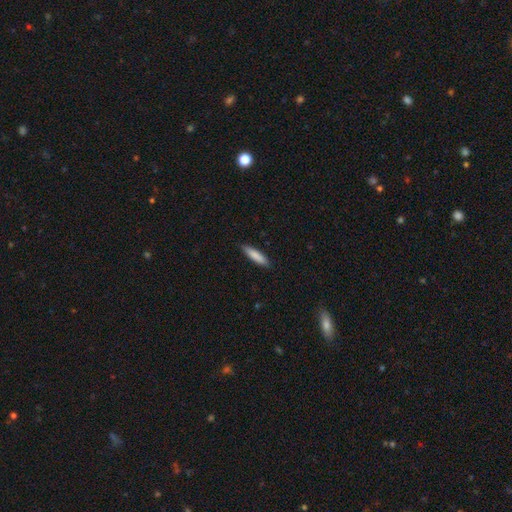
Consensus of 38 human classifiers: A smooth galaxy with no disk features (82%) that is cigar-shaped (68%).

Vote fractions:
- Smooth or featured? smooth: 82% / featured or disk: 16% / star or artifact: 3%
- How rounded? cigar-shaped: 68% / in between: 32% / round: 0%
- Merging? none: 95% / minor disturbance: 5% / major disturbance: 0% / merger: 0%